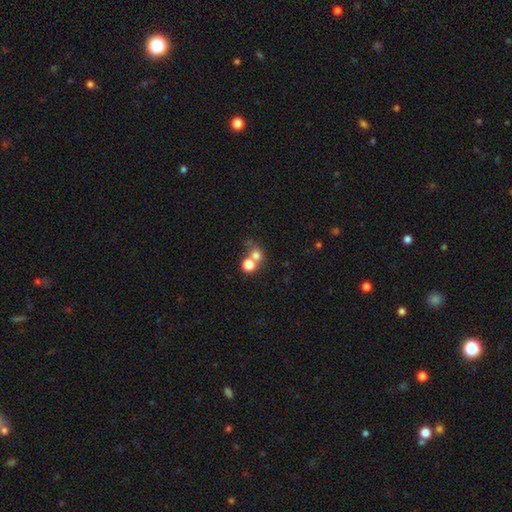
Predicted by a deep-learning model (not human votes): smooth 73%, star or artifact 14%, featured or disk 12%. Down the decision tree: how rounded — round (80%); merging — merger (51%).